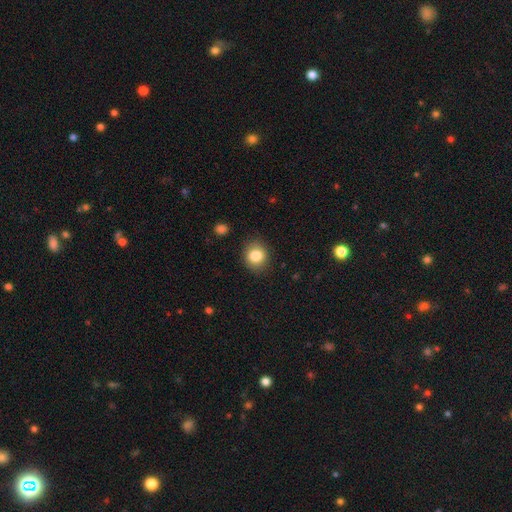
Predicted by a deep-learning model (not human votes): Morphology: type=smooth (84%); roundness=round (74%); merging=none (86%).